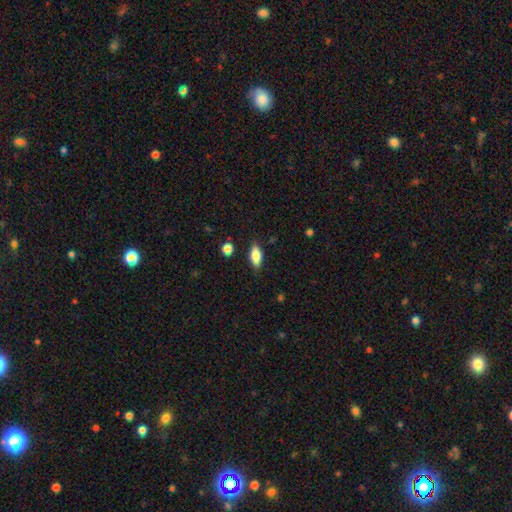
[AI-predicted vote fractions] Overall: smooth (81%). How rounded: in between (81%). Merging: none (85%).